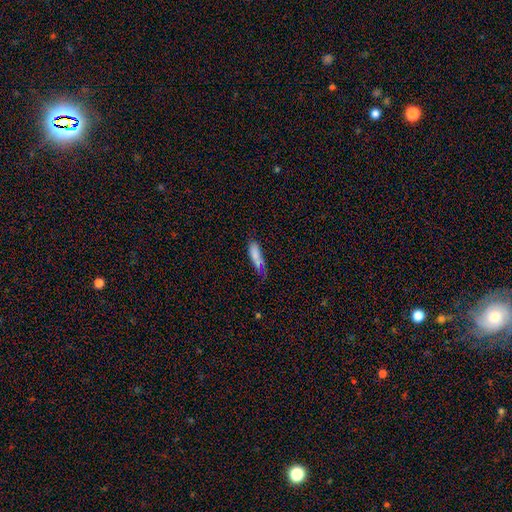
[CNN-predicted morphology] smooth-or-featured: smooth: 79% | featured or disk: 13% | star or artifact: 9%
  how-rounded: cigar-shaped: 54% | in between: 44% | round: 2%
  merging: none: 49% | minor disturbance: 31% | major disturbance: 13% | merger: 7%